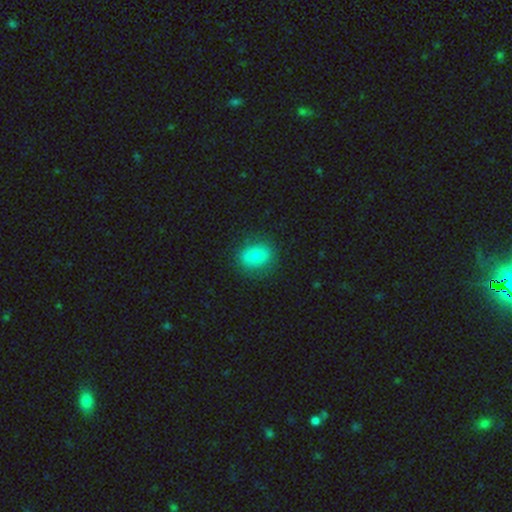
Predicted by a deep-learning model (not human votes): smooth-or-featured: smooth: 74% | featured or disk: 17% | star or artifact: 9%
  how-rounded: round: 56% | in between: 42% | cigar-shaped: 1%
  merging: none: 83% | minor disturbance: 12% | major disturbance: 4% | merger: 1%